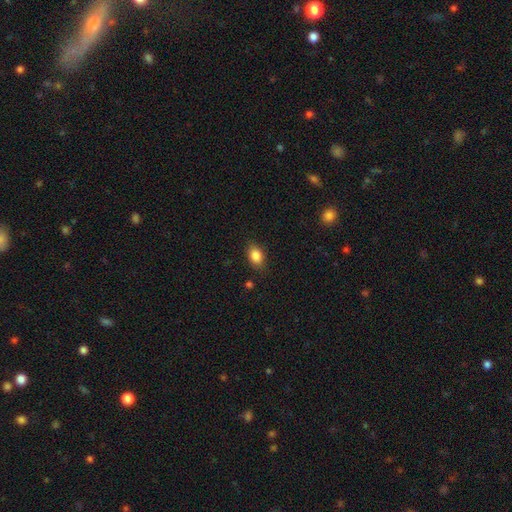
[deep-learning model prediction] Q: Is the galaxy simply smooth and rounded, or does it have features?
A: smooth — 85%.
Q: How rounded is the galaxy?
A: in between — 80%.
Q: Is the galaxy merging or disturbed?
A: none — 83%.